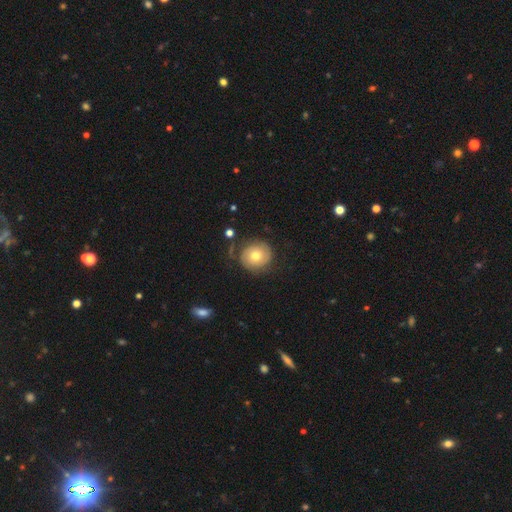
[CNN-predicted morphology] smooth_or_featured: smooth (p=0.55) [alt: featured or disk p=0.37]
how_rounded: round (p=0.88) [alt: in between p=0.11]
merging: none (p=0.69) [alt: minor disturbance p=0.18]